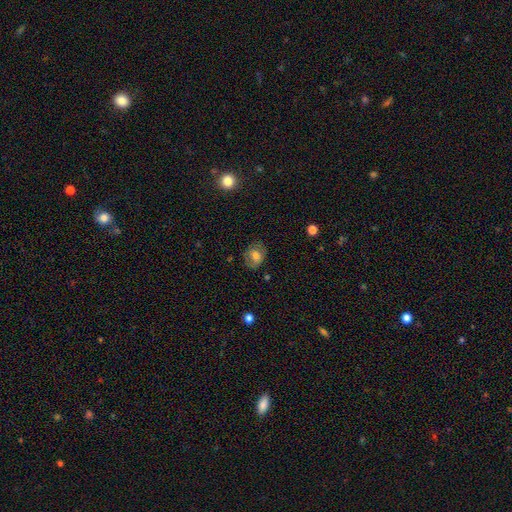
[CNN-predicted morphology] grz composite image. It shows a smooth galaxy with no disk features (67%) that is in between round and cigar-shaped (51%). Merging: none (74%).